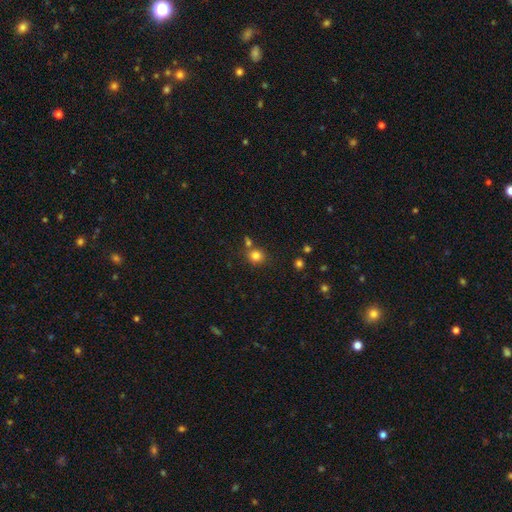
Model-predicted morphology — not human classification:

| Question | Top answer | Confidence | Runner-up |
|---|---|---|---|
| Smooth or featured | smooth | 81% | star or artifact (13%) |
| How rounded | round | 82% | in between (17%) |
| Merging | none | 70% | merger (15%) |